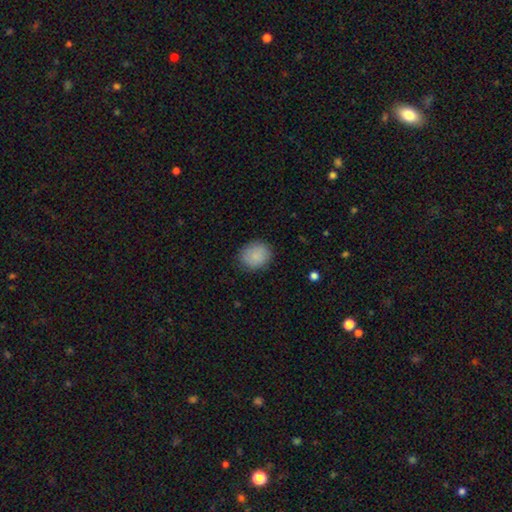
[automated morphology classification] smooth-or-featured: smooth: 88% | star or artifact: 8% | featured or disk: 5%
  how-rounded: round: 70% | in between: 29% | cigar-shaped: 1%
  merging: none: 84% | minor disturbance: 12% | major disturbance: 3% | merger: 1%